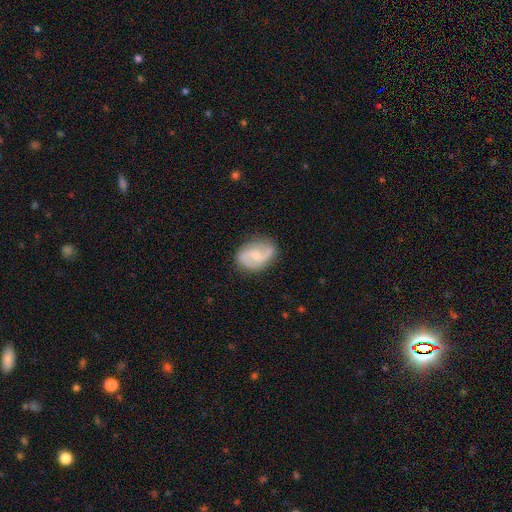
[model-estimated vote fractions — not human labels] Smooth or featured: featured or disk — 71% (smooth — 23%)
Edge-on disk: no — 97% (yes — 3%)
Bar: no — 46% (weak — 43%)
Spiral arms: yes — 90% (no — 10%)
Spiral winding: medium — 42% (loose — 39%)
Spiral arm count: 2 — 86% (can't tell — 7%)
Bulge size: small — 51% (moderate — 44%)
Merging: none — 76% (minor disturbance — 18%)